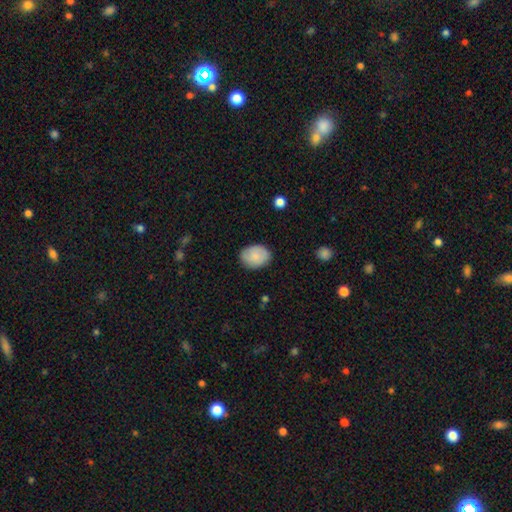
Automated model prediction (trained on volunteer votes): Smooth or featured? smooth (85%)
How rounded? in between (68%)
Merging? none (84%)